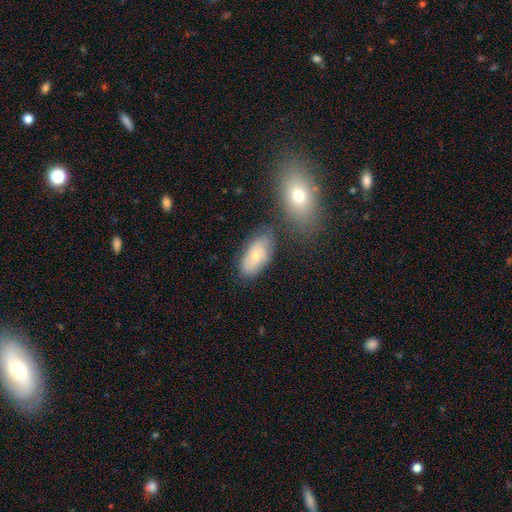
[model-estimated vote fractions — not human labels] This appears to be a smooth galaxy with no disk features (54%) that is in between round and cigar-shaped (91%). Merging: none (64%).